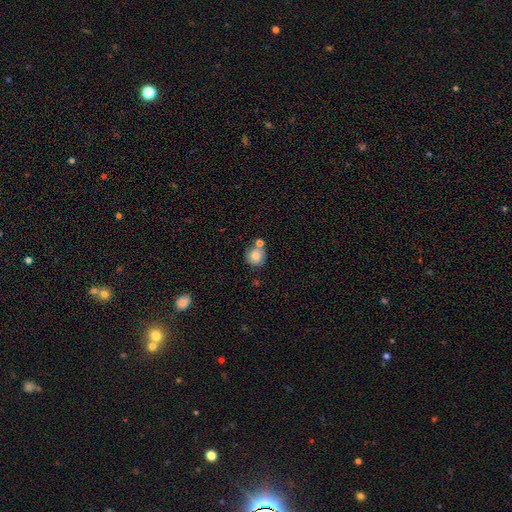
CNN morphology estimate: Overall: smooth (81%). How rounded: round (87%). Merging: none (58%; merger 25%).